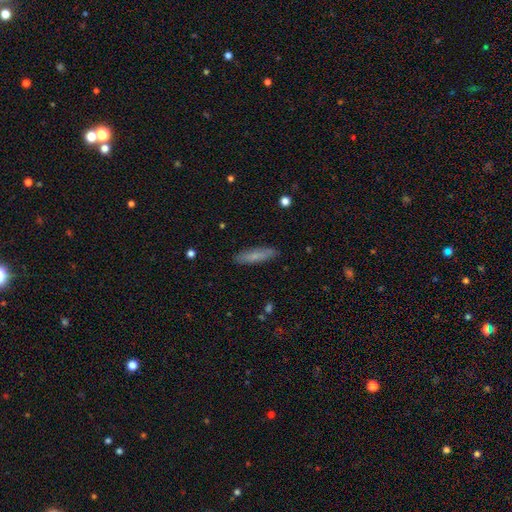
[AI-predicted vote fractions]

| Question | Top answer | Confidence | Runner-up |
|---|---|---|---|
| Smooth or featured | smooth | 69% | featured or disk (24%) |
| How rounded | cigar-shaped | 77% | in between (22%) |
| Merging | none | 86% | minor disturbance (11%) |